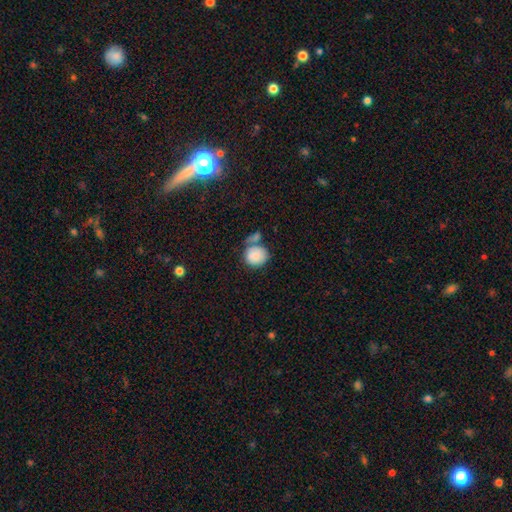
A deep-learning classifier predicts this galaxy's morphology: A smooth galaxy with no disk features (86%) that is round (79%). Merging: none (47%).